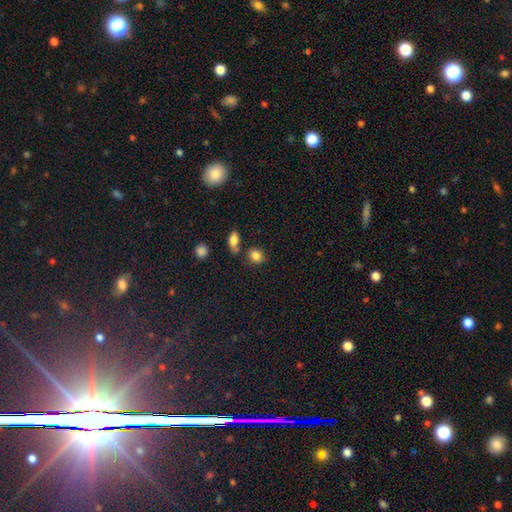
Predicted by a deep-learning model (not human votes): Morphology: type=smooth (84%); roundness=round (60%); merging=none (70%).